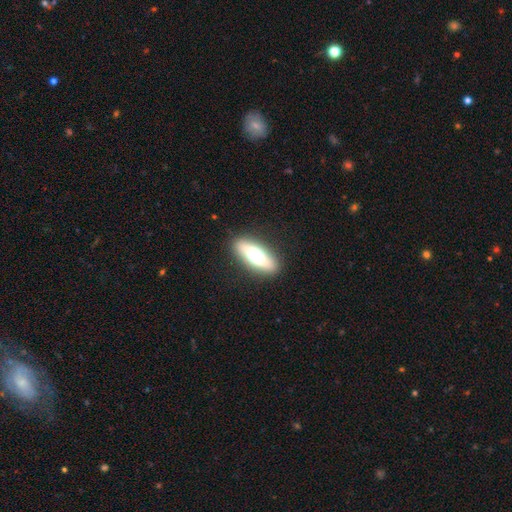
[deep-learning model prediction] The model was most divided on "smooth or featured": smooth: 56%, featured or disk: 37%, star or artifact: 7%. More confident: merging — none (88%); how rounded — in between (60%).